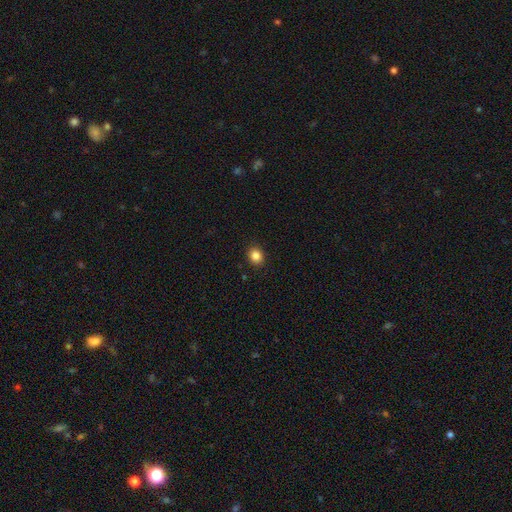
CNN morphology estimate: Smooth or featured? Predicted: smooth (p=0.85). How rounded? Predicted: round (p=0.66). Merging? Predicted: none (p=0.90).